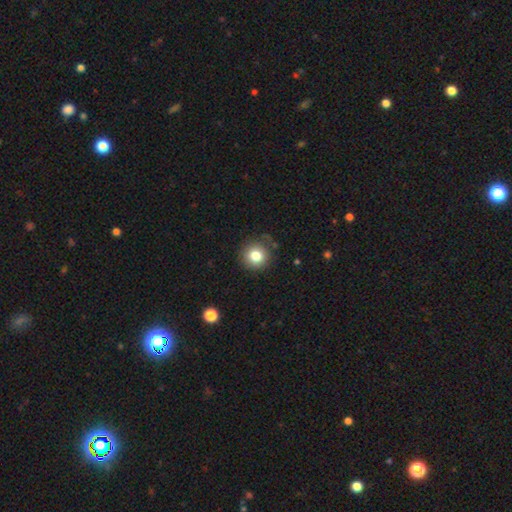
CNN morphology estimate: Smooth or featured?
  - smooth: 80% *
  - star or artifact: 11%
  - featured or disk: 8%
How rounded?
  - round: 93% *
  - in between: 6%
  - cigar-shaped: 1%
Merging?
  - none: 84% *
  - minor disturbance: 11%
  - major disturbance: 3%
  - merger: 2%